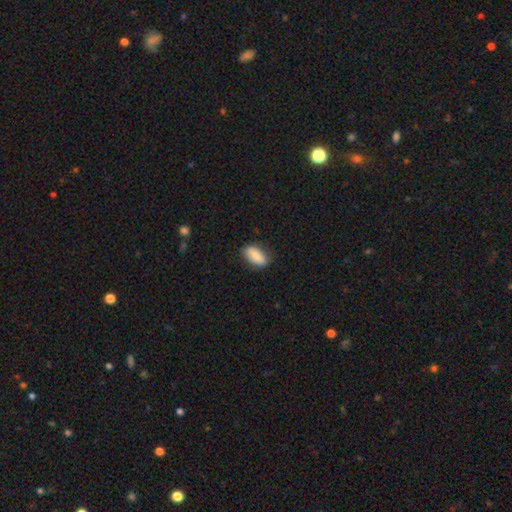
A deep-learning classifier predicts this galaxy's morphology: Smooth or featured?
  - smooth: 76% *
  - featured or disk: 18%
  - star or artifact: 7%
How rounded?
  - in between: 87% *
  - cigar-shaped: 8%
  - round: 4%
Merging?
  - none: 81% *
  - minor disturbance: 15%
  - major disturbance: 3%
  - merger: 1%